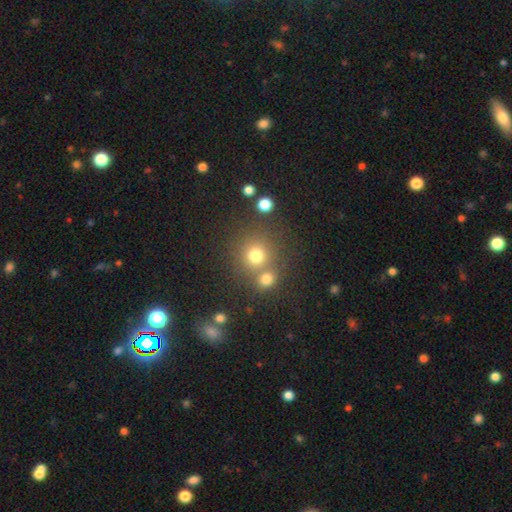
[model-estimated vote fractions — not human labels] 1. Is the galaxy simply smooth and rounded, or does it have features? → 75% smooth, 17% star or artifact, 8% featured or disk.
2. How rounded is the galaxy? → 90% round, 9% in between, 1% cigar-shaped.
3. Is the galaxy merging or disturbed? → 64% none, 26% merger, 7% minor disturbance, 3% major disturbance.